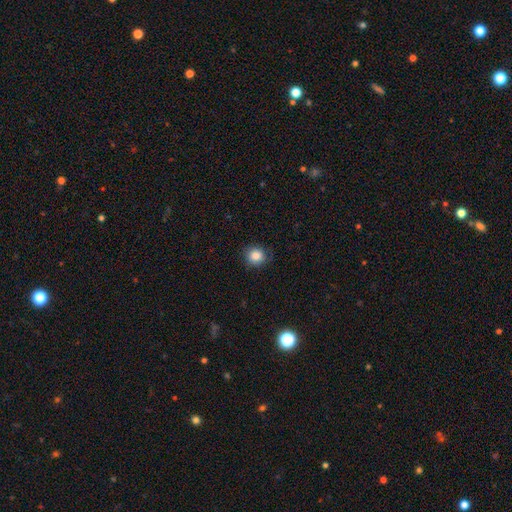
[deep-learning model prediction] Smooth or featured? Predicted: smooth (p=0.85). How rounded? Predicted: round (p=0.87). Merging? Predicted: none (p=0.81).